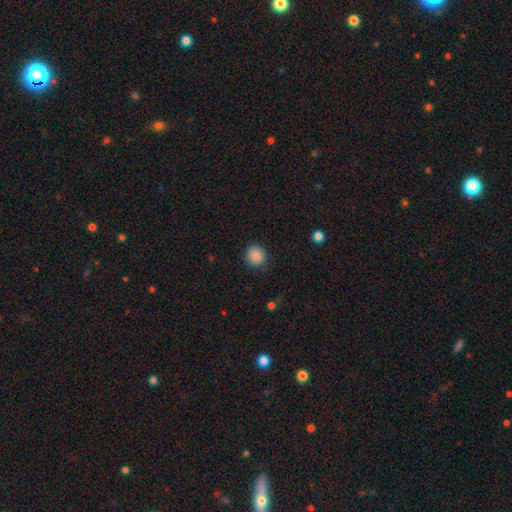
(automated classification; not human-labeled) This is clearly a smooth galaxy (88%). How rounded: clearly round (87%). Merging: clearly none (86%).